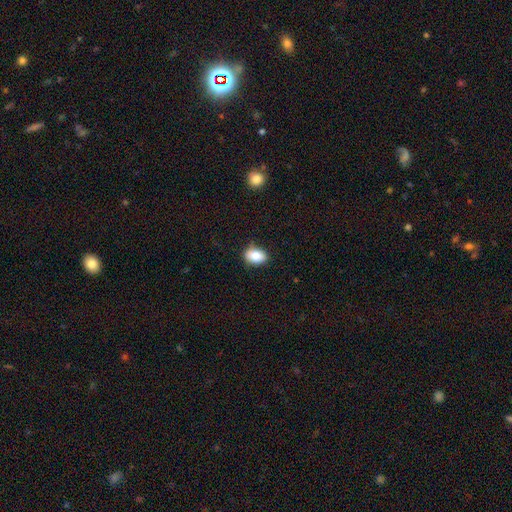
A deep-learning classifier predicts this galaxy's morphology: type=smooth (83%); roundness=in between (83%); merging=none (81%).